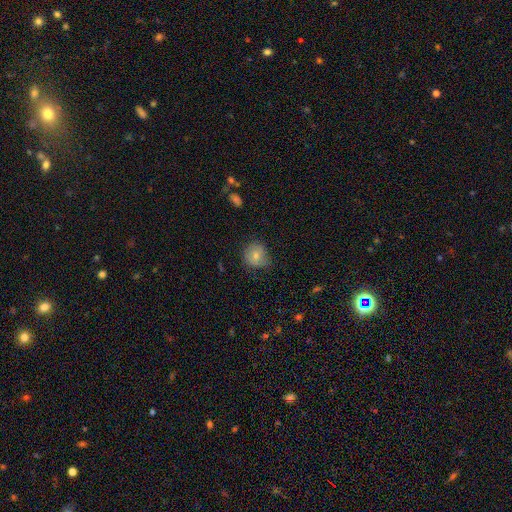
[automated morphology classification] Overall: smooth (71%). How rounded: round (83%). Merging: none (65%; minor disturbance 27%).